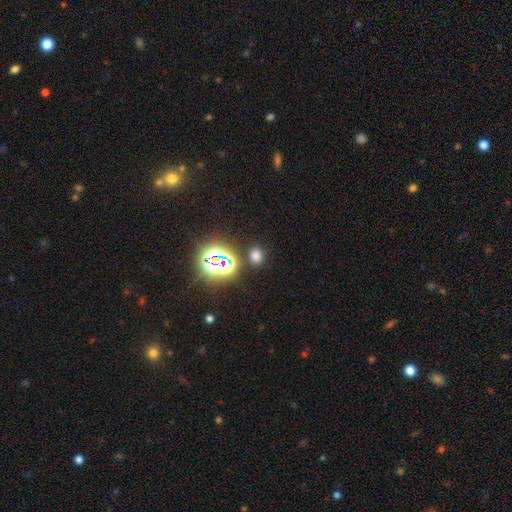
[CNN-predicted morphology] smooth-or-featured: smooth: 64% | star or artifact: 30% | featured or disk: 6%
  how-rounded: round: 62% | in between: 37% | cigar-shaped: 1%
  merging: none: 84% | minor disturbance: 8% | merger: 5% | major disturbance: 3%